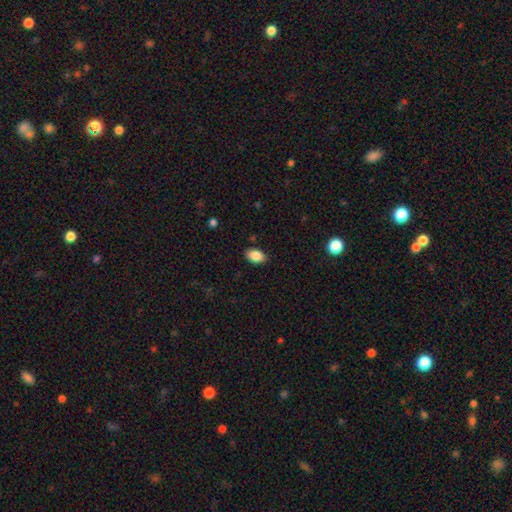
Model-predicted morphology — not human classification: Smooth or featured: smooth — 87% (star or artifact — 8%)
How rounded: in between — 89% (round — 10%)
Merging: none — 87% (minor disturbance — 10%)